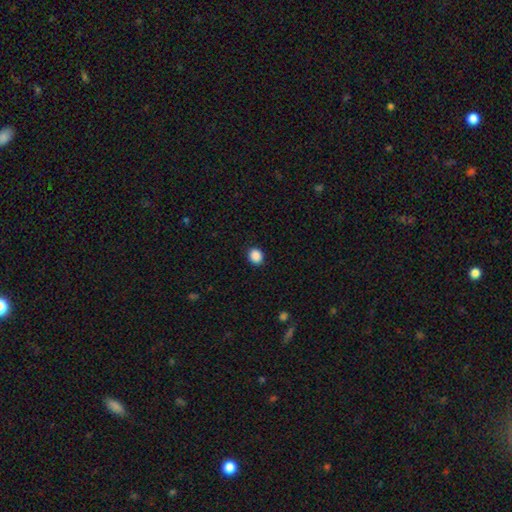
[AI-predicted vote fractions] Smooth or featured? smooth (89%)
How rounded? round (71%)
Merging? none (90%)